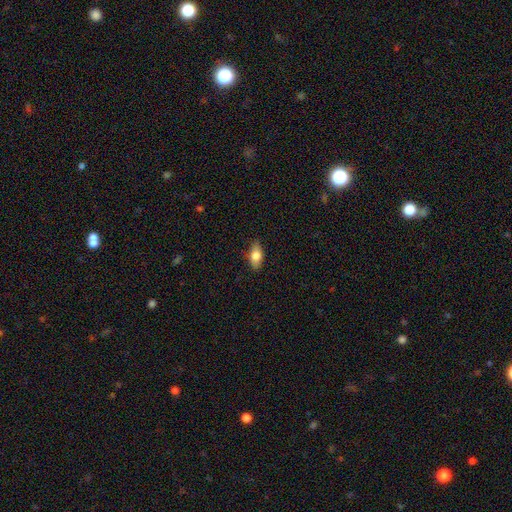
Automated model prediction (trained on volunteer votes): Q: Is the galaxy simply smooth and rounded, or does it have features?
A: smooth — 74%.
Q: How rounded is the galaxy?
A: in between — 85%.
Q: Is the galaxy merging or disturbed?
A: none — 86%.